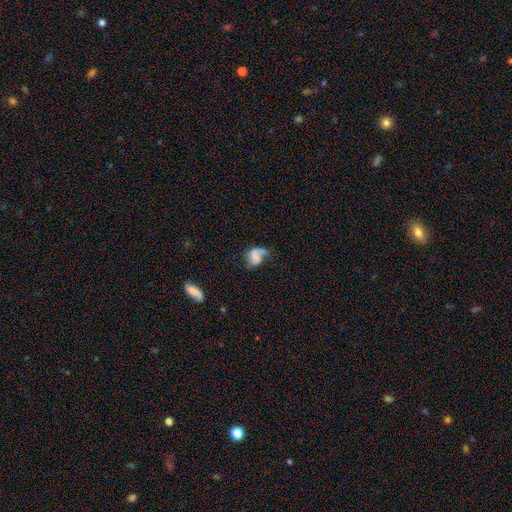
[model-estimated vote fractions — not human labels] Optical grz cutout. It shows a smooth galaxy with no disk features (46%). Merging: none (33%).